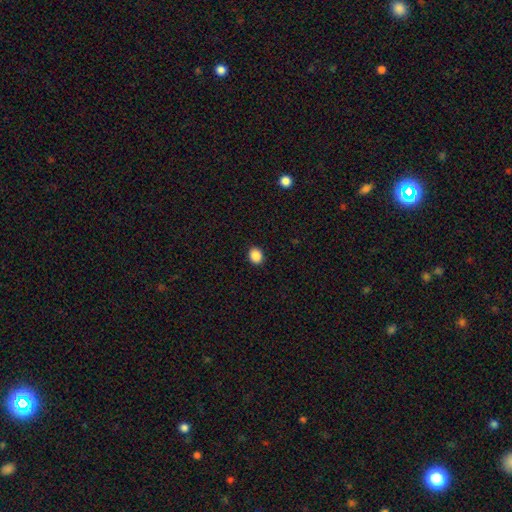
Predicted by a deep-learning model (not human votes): smooth 88%, star or artifact 9%, featured or disk 3%. Down the decision tree: how rounded — round (56%); merging — none (91%).